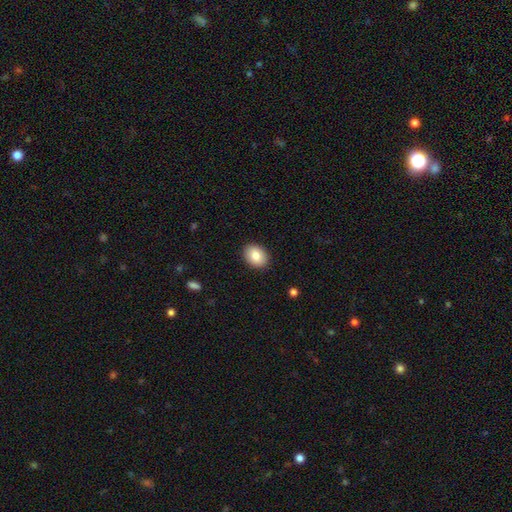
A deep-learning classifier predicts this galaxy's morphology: smooth 84%, featured or disk 8%, star or artifact 8%. Down the decision tree: how rounded — in between (71%); merging — none (90%).